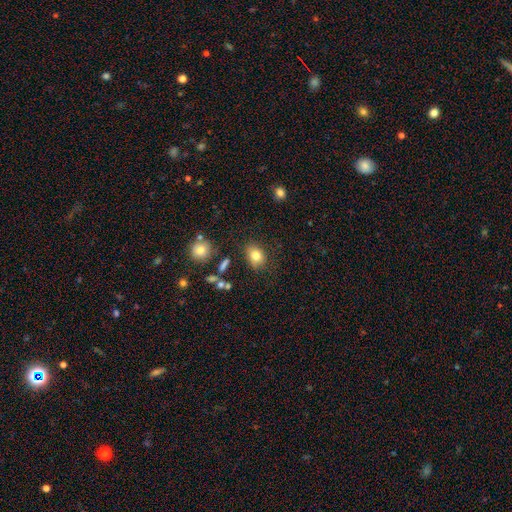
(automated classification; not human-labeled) Overall: smooth (80%). How rounded: in between (67%; round 31%). Merging: none (76%).